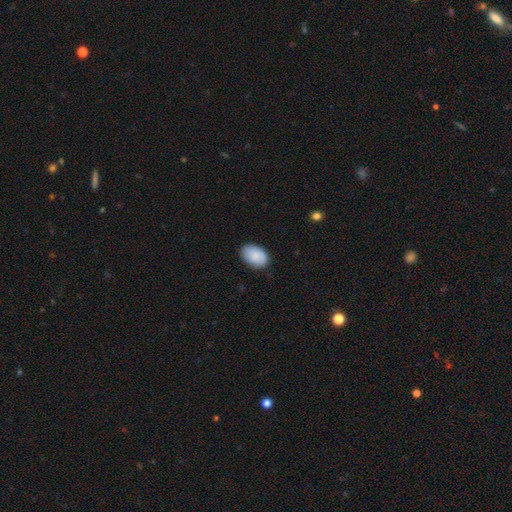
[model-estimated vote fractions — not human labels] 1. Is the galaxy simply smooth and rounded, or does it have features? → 89% smooth, 6% star or artifact, 5% featured or disk.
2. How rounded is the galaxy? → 88% in between, 11% round, 1% cigar-shaped.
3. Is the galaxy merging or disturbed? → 82% none, 14% minor disturbance, 3% major disturbance, 1% merger.